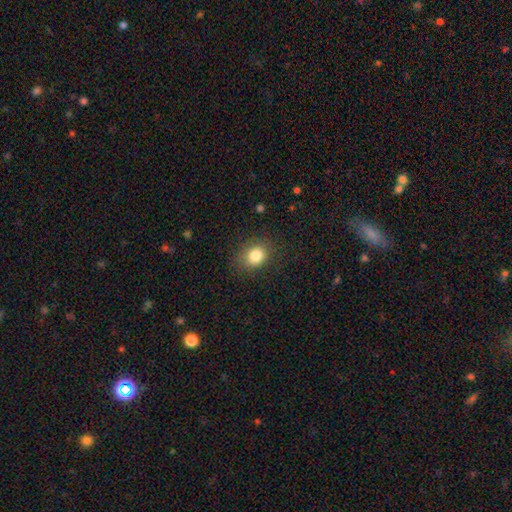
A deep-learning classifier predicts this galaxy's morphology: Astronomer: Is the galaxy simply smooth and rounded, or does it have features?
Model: smooth — 83%.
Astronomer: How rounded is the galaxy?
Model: round — 55% (runner-up: in between, 44%).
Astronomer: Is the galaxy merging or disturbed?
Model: none — 82%.